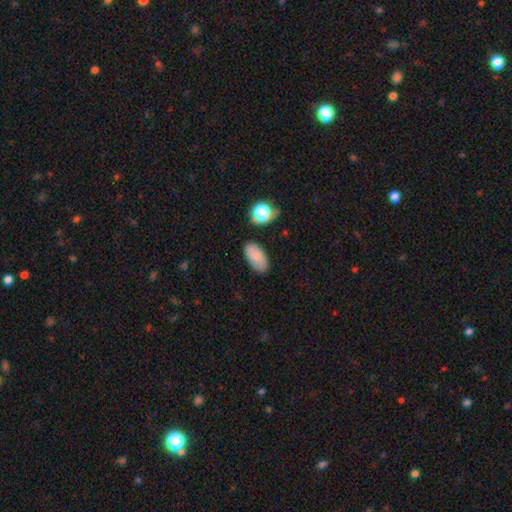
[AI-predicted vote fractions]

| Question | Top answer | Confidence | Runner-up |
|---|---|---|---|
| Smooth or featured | smooth | 79% | featured or disk (13%) |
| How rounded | in between | 93% | round (4%) |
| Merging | none | 78% | minor disturbance (15%) |